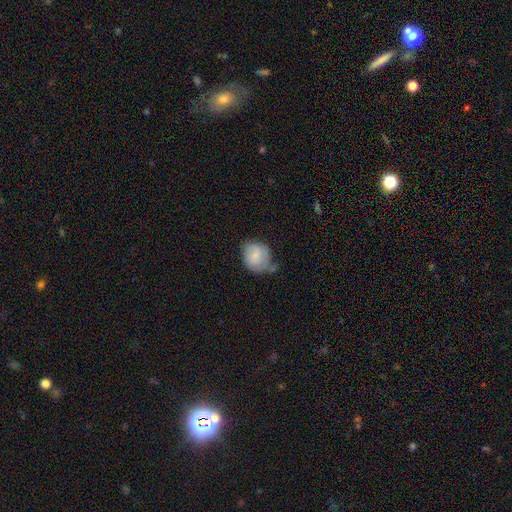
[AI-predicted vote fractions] Smooth or featured?
  - smooth: 73% *
  - featured or disk: 20%
  - star or artifact: 7%
How rounded?
  - round: 67% *
  - in between: 32%
  - cigar-shaped: 1%
Merging?
  - none: 42% *
  - minor disturbance: 35%
  - major disturbance: 13%
  - merger: 10%